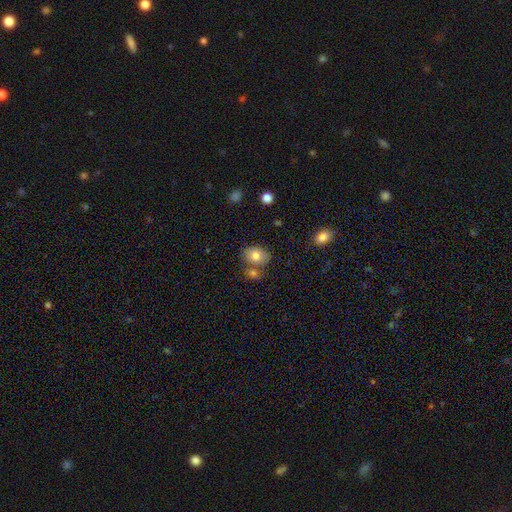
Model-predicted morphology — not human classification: This is likely a smooth galaxy (78%). How rounded: possibly in between (54%). Merging: likely none (63%).